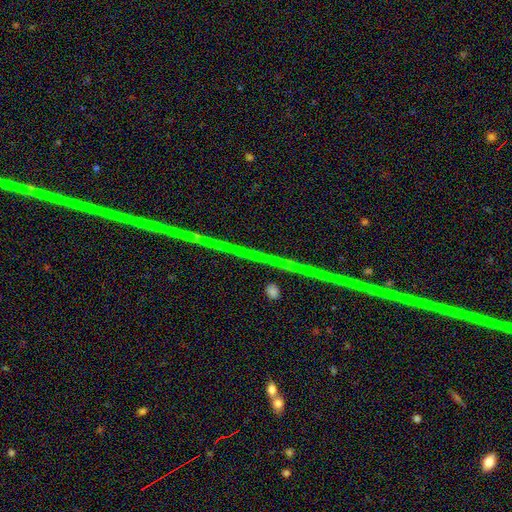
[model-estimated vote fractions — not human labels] Smooth or featured?
  - star or artifact: 71% *
  - featured or disk: 19%
  - smooth: 10%